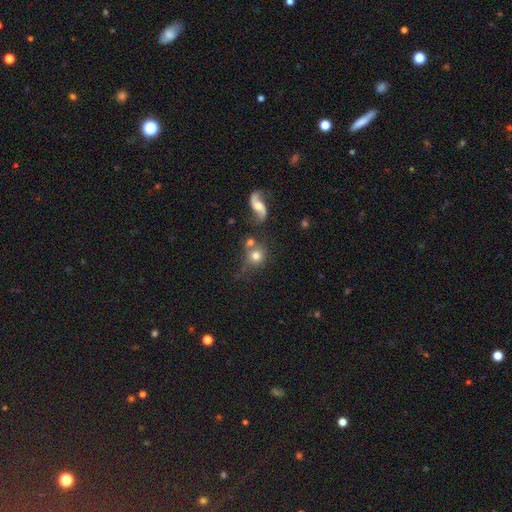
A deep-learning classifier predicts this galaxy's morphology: Overall: smooth (71%). How rounded: round (87%). Merging: none (59%; merger 22%).